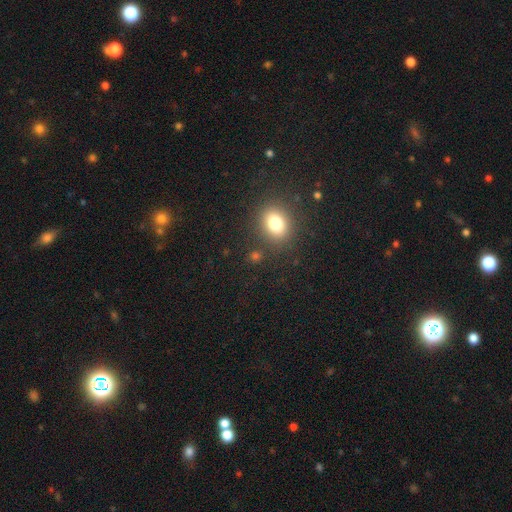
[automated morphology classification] type=smooth (76%); roundness=in between (53%); merging=none (85%).